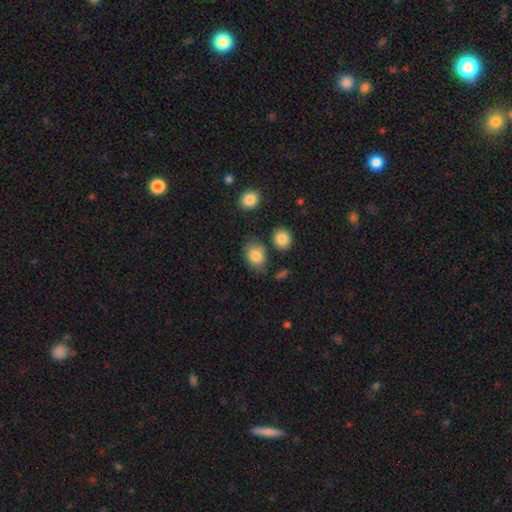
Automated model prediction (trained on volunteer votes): A smooth galaxy with no disk features (82%) that is in between round and cigar-shaped (75%). Merging: none (70%).